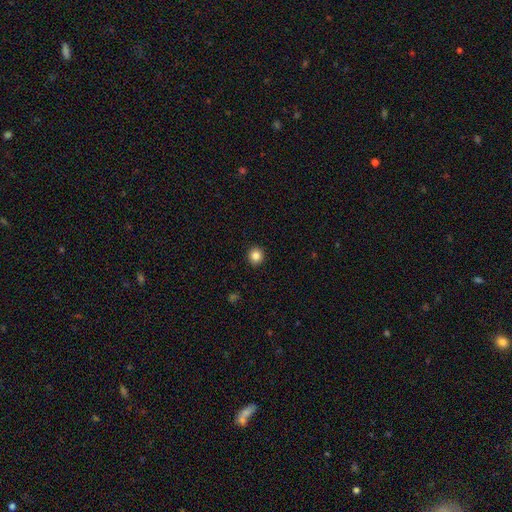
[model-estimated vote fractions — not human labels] A smooth galaxy with no disk features (85%) that is round (92%).

Vote fractions:
- Smooth or featured? smooth: 85% / star or artifact: 11% / featured or disk: 5%
- How rounded? round: 92% / in between: 7% / cigar-shaped: 1%
- Merging? none: 93% / minor disturbance: 5% / major disturbance: 2% / merger: 1%